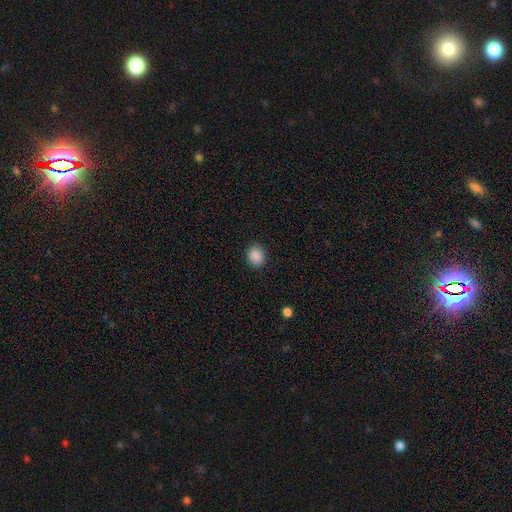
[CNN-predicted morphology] Smooth or featured: smooth — 89% (star or artifact — 9%)
How rounded: round — 60% (in between — 39%)
Merging: none — 89% (minor disturbance — 8%)